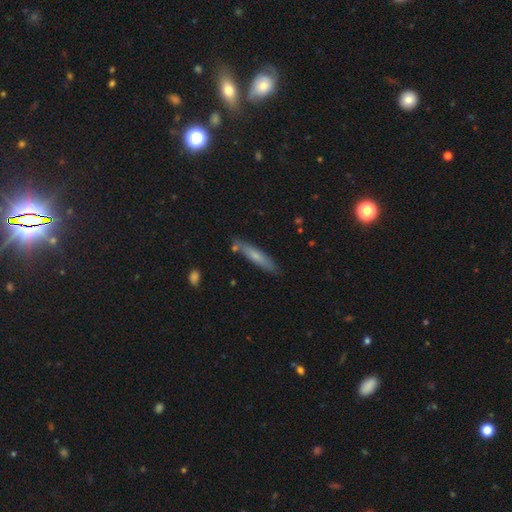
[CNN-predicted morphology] A smooth galaxy with no disk features (62%) that is cigar-shaped (88%). Merging: none (80%).